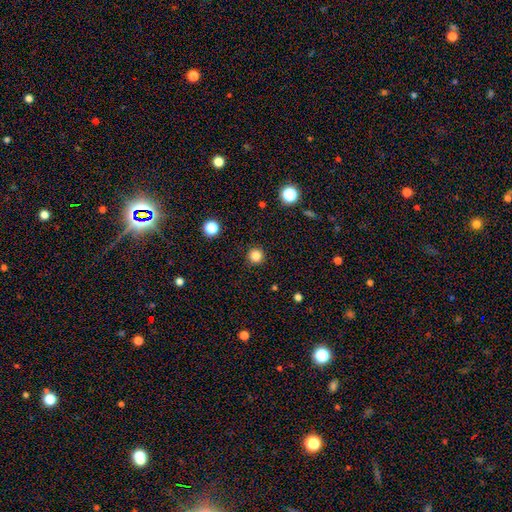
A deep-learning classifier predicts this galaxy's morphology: Q: Smooth or featured?
A: smooth (83%); runner-up: star or artifact (13%)
Q: How rounded?
A: round (95%); runner-up: in between (4%)
Q: Merging?
A: none (92%); runner-up: minor disturbance (5%)